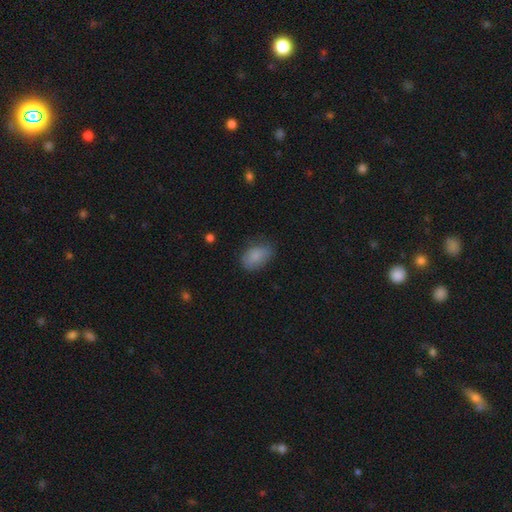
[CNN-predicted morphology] smooth 84%, featured or disk 8%, star or artifact 8%. Down the decision tree: how rounded — in between (88%); merging — none (67%).